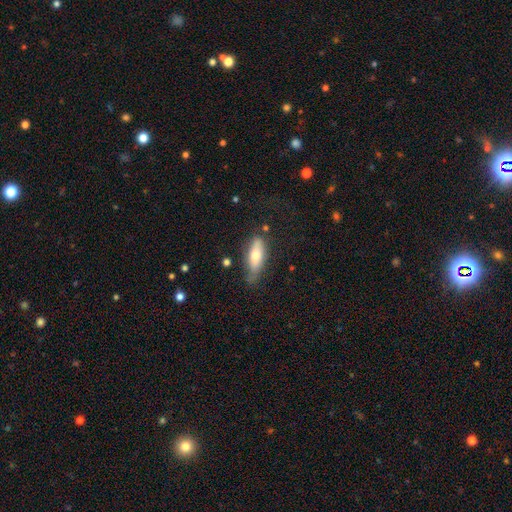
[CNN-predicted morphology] Overall: smooth (66%; featured or disk 28%). How rounded: in between (61%; cigar-shaped 37%). Merging: none (65%; minor disturbance 26%).